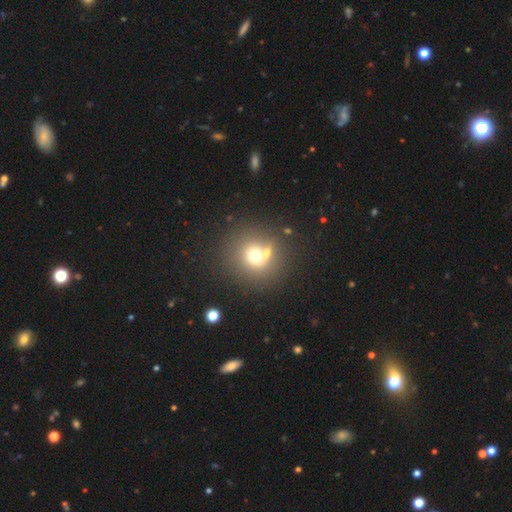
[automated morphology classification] The model was most divided on "merging": none: 59%, merger: 27%, minor disturbance: 9%, major disturbance: 5%. More confident: how rounded — round (90%); smooth or featured — smooth (66%).